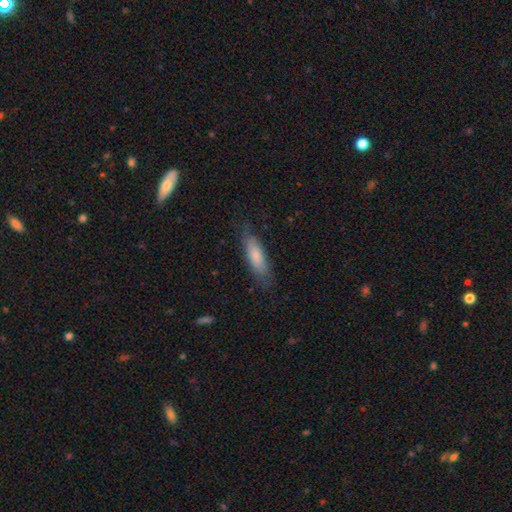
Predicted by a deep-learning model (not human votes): smooth-or-featured: smooth: 75% | featured or disk: 19% | star or artifact: 6%
  how-rounded: cigar-shaped: 50% | in between: 48% | round: 2%
  merging: none: 74% | minor disturbance: 19% | major disturbance: 5% | merger: 1%